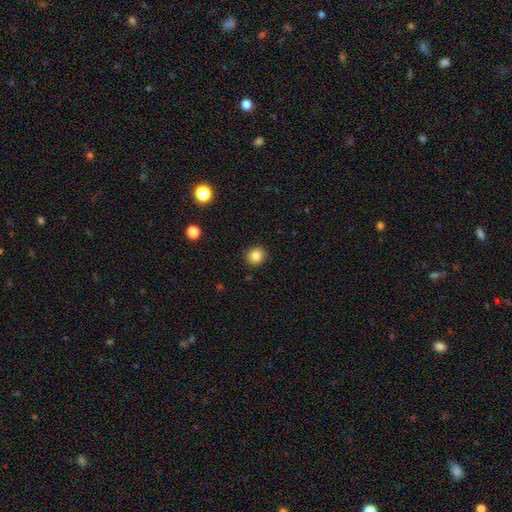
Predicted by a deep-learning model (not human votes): smooth-or-featured: smooth: 84% | star or artifact: 11% | featured or disk: 6%
  how-rounded: round: 91% | in between: 8% | cigar-shaped: 1%
  merging: none: 91% | minor disturbance: 6% | major disturbance: 2% | merger: 1%